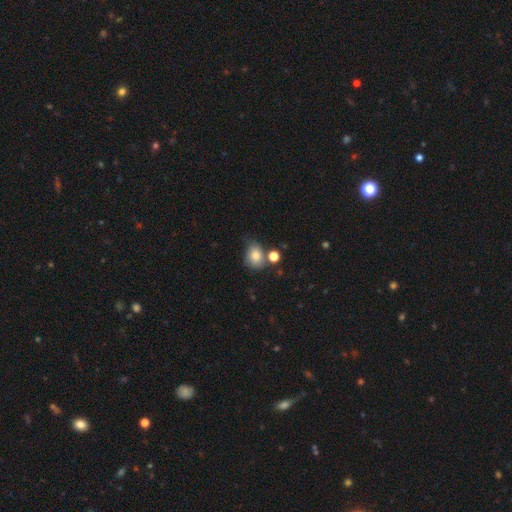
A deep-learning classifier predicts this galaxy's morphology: Smooth or featured? smooth (81%)
How rounded? in between (52%)
Merging? none (53%)